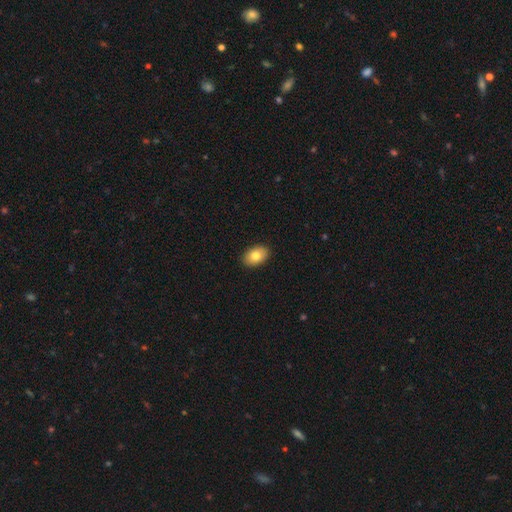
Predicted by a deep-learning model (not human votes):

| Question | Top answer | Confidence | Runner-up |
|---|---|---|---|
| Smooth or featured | smooth | 81% | featured or disk (12%) |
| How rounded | in between | 87% | round (11%) |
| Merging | none | 90% | minor disturbance (7%) |